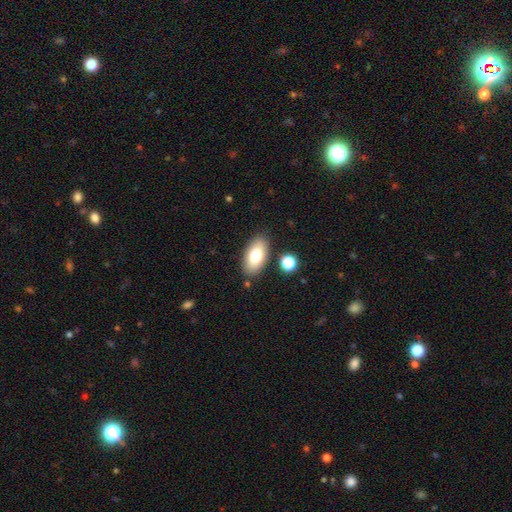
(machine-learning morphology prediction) Smooth or featured? Predicted: smooth (p=0.79). How rounded? Predicted: in between (p=0.92). Merging? Predicted: none (p=0.83).